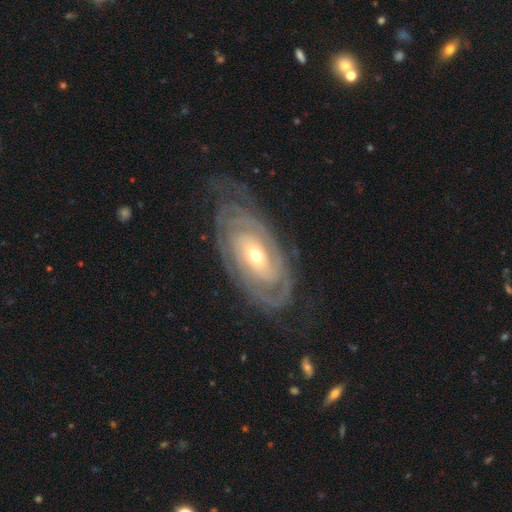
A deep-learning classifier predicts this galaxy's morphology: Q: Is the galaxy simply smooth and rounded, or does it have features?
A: featured or disk — 86%.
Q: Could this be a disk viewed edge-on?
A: no — 93%.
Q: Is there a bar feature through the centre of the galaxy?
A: no — 67%.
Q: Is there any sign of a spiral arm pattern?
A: yes — 92%.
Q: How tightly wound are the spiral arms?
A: tight — 76%.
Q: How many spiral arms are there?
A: can't tell — 37%.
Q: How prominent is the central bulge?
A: small — 49%.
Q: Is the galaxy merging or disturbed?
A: none — 68%.